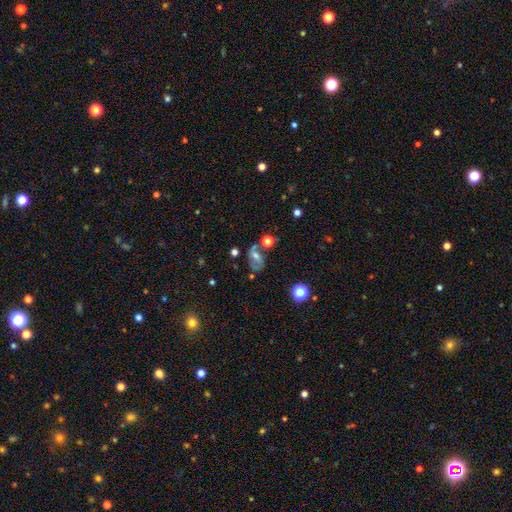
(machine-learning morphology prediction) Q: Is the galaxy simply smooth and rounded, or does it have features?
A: featured or disk — 51%.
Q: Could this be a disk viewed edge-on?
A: no — 94%.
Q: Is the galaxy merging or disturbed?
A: none — 48%.